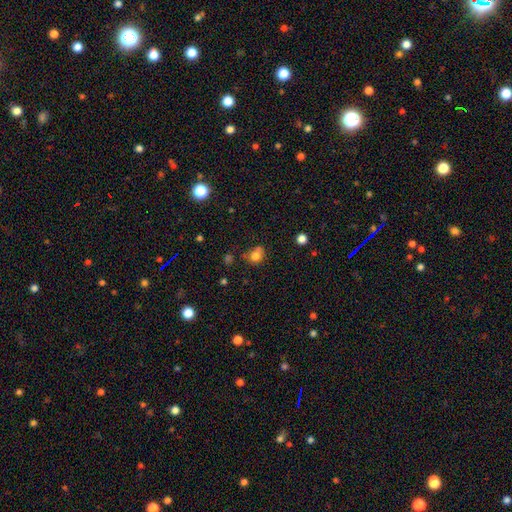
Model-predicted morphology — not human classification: type=smooth (78%); roundness=round (73%); merging=none (54%).